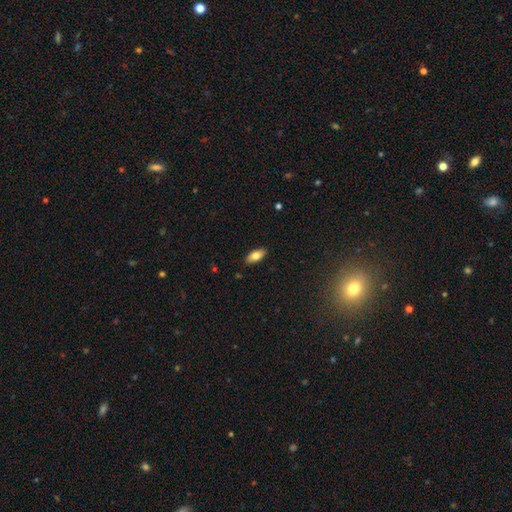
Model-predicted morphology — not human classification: Q: Smooth or featured?
A: smooth (78%); runner-up: featured or disk (15%)
Q: How rounded?
A: in between (87%); runner-up: cigar-shaped (11%)
Q: Merging?
A: none (88%); runner-up: minor disturbance (9%)